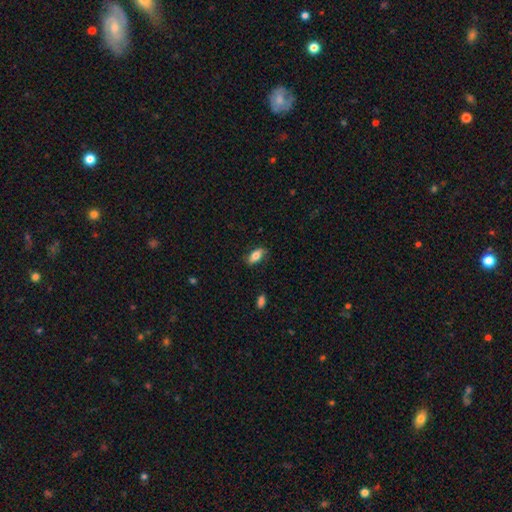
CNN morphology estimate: A smooth galaxy with no disk features (75%) that is in between round and cigar-shaped (85%).

Vote fractions:
- Smooth or featured? smooth: 75% / featured or disk: 19% / star or artifact: 7%
- How rounded? in between: 85% / cigar-shaped: 12% / round: 3%
- Merging? none: 80% / minor disturbance: 15% / major disturbance: 3% / merger: 1%